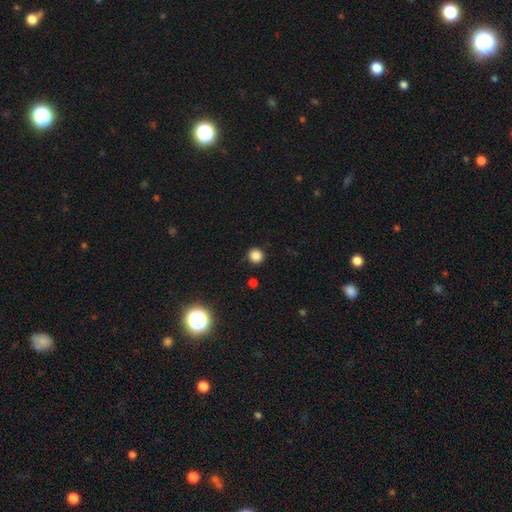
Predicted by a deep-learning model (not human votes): A smooth galaxy with no disk features (84%) that is round (89%).

Vote fractions:
- Smooth or featured? smooth: 84% / star or artifact: 13% / featured or disk: 4%
- How rounded? round: 89% / in between: 10% / cigar-shaped: 1%
- Merging? none: 88% / minor disturbance: 8% / major disturbance: 2% / merger: 2%